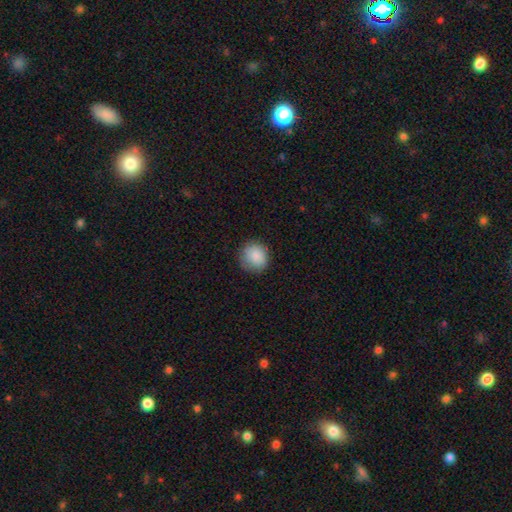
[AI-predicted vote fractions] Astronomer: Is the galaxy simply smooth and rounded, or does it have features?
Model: smooth — 88%.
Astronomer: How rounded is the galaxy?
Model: round — 87%.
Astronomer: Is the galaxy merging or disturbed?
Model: none — 83%.